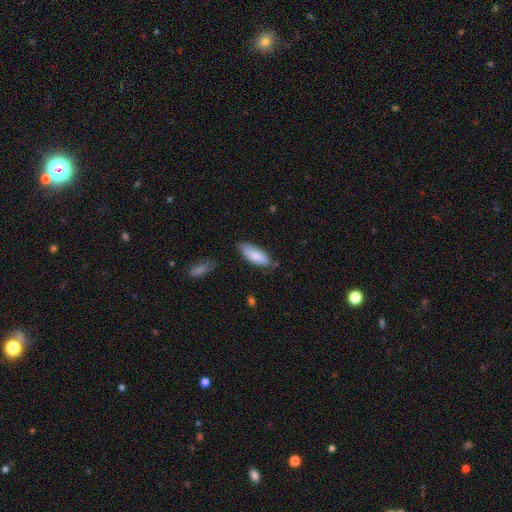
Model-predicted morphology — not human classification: Smooth or featured: smooth — 80% (featured or disk — 14%)
How rounded: in between — 77% (cigar-shaped — 21%)
Merging: none — 68% (minor disturbance — 24%)